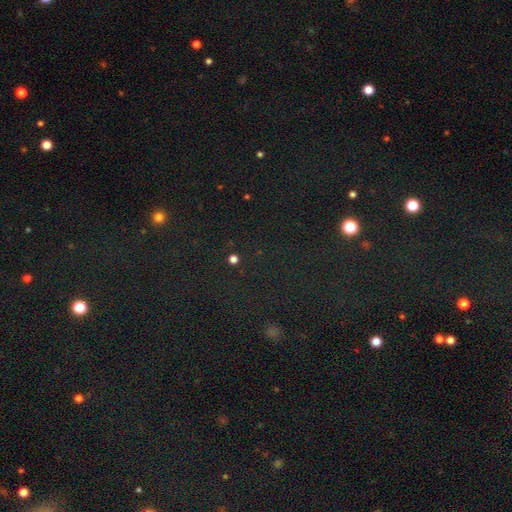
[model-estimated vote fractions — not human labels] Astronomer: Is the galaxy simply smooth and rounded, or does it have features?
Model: star or artifact — 76%.